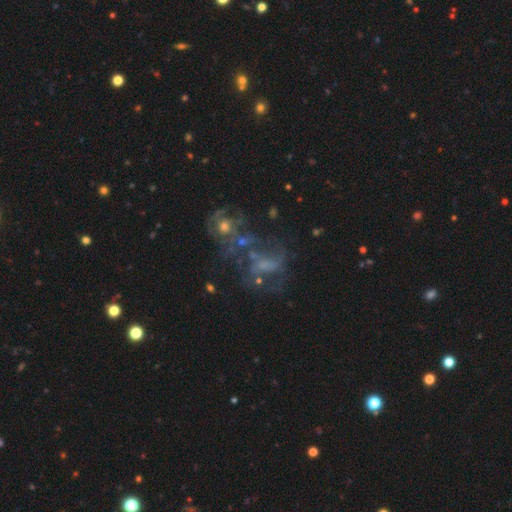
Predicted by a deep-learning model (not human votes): Smooth or featured? Predicted: star or artifact (p=0.46).